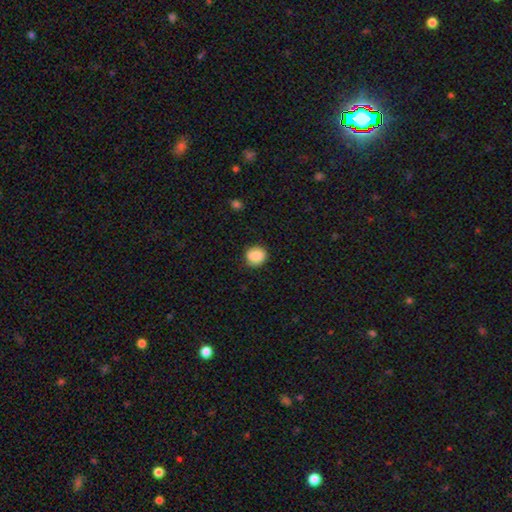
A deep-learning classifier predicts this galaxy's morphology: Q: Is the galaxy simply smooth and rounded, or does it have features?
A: smooth — 88%.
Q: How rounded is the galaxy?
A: round — 80%.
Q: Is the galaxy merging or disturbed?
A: none — 85%.